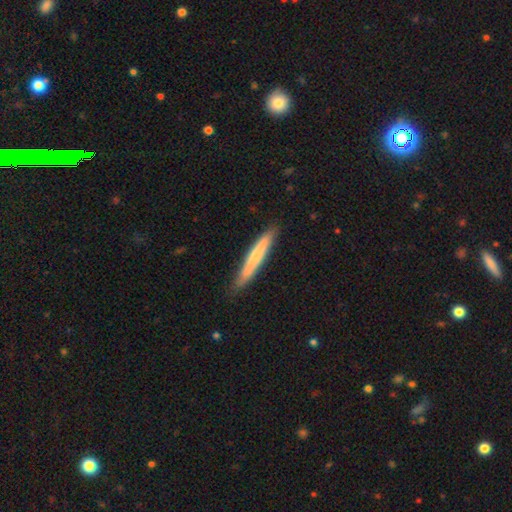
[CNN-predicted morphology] This is likely a smooth galaxy (65%). How rounded: clearly cigar-shaped (95%). Merging: clearly none (82%).